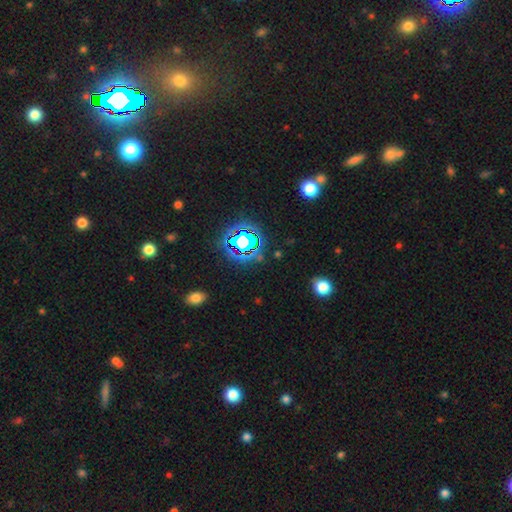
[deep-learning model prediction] smooth-or-featured: star or artifact: 78% | smooth: 14% | featured or disk: 8%